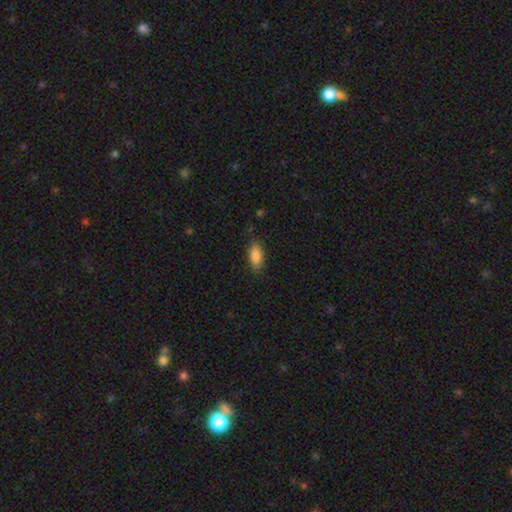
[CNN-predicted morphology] smooth_or_featured: smooth (p=0.86) [alt: star or artifact p=0.07]
how_rounded: in between (p=0.84) [alt: cigar-shaped p=0.14]
merging: none (p=0.82) [alt: minor disturbance p=0.13]